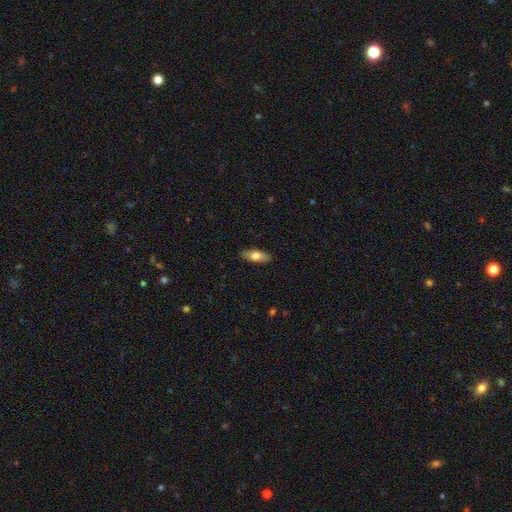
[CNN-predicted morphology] A smooth galaxy with no disk features (71%) that is in between round and cigar-shaped (76%). Merging: none (88%).